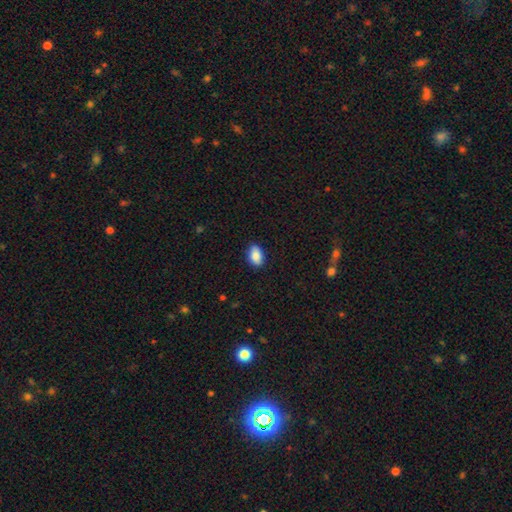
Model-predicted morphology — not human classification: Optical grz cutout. It shows a smooth galaxy with no disk features (87%) that is in between round and cigar-shaped (89%). Merging: none (83%).